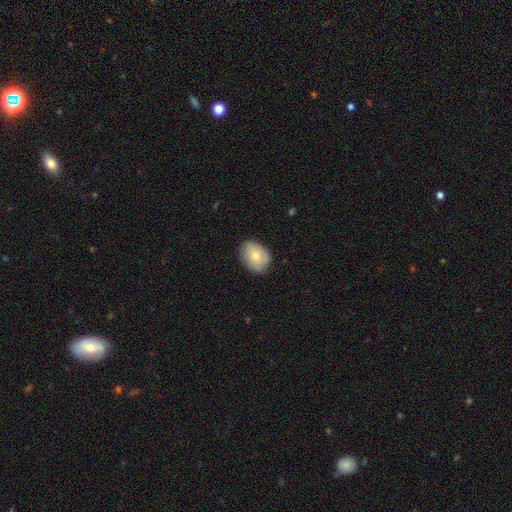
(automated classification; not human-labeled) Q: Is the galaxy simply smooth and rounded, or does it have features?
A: smooth — 76%.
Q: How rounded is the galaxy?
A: in between — 72%.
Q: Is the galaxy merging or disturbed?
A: none — 75%.